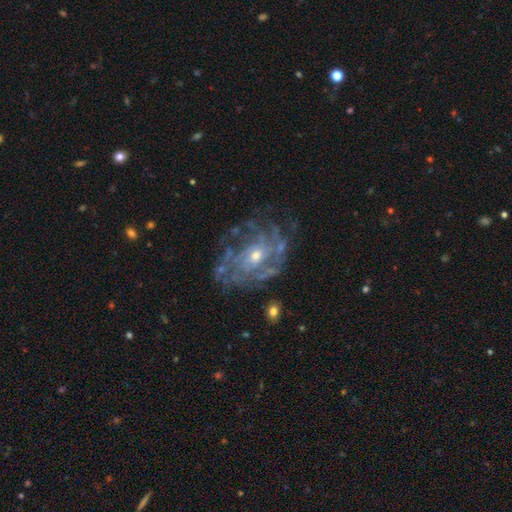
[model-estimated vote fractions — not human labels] Smooth or featured? featured or disk (86%)
Edge-on disk? no (97%)
Bar? no (72%)
Spiral arms? yes (87%)
Spiral winding? tight (60%)
Spiral arm count? can't tell (45%)
Bulge size? small (53%)
Merging? none (66%)